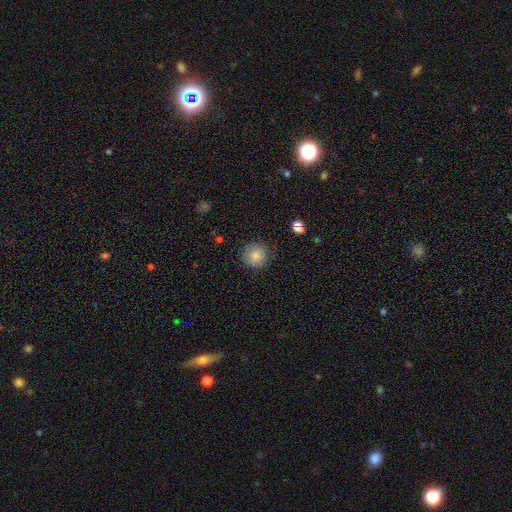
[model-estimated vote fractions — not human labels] Smooth or featured: smooth — 84% (star or artifact — 9%)
How rounded: round — 94% (in between — 5%)
Merging: none — 86% (minor disturbance — 10%)